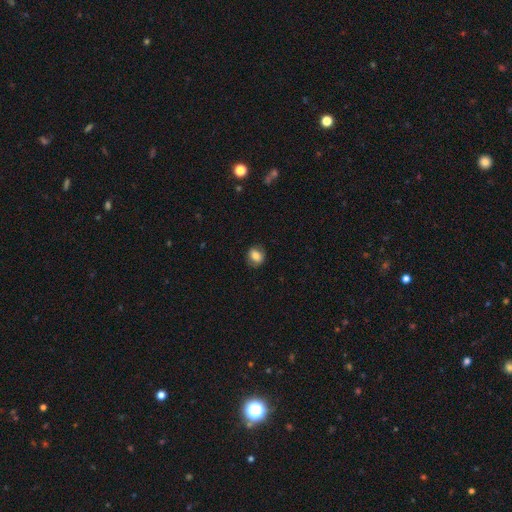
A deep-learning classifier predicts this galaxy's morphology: Overall: smooth (76%). How rounded: round (55%; in between 44%). Merging: none (82%).